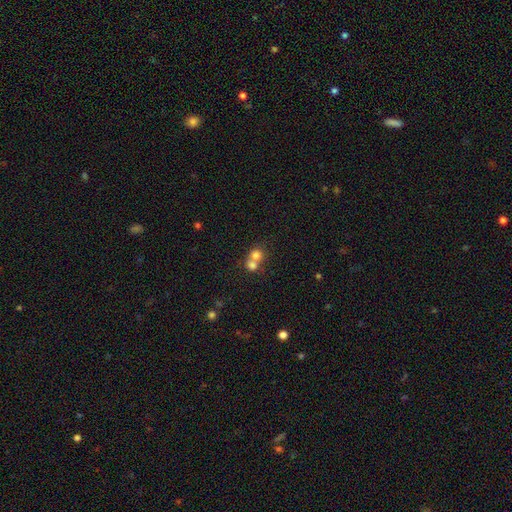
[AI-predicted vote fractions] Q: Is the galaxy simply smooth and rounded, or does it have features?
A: smooth — 75%.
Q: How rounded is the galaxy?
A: round — 81%.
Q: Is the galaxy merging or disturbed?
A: merger — 62%.